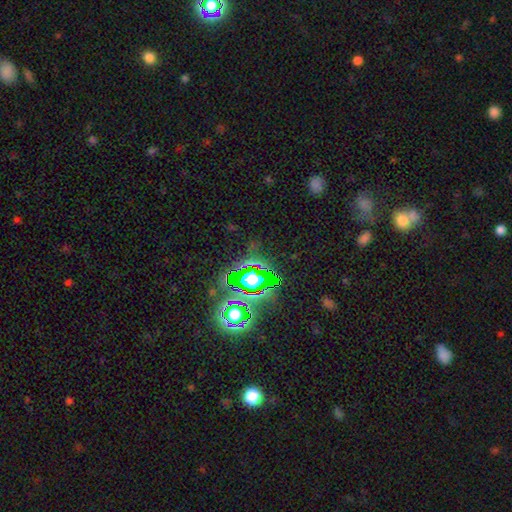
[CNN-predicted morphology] A star or artifact, not a galaxy (77%).

Vote fractions:
- Smooth or featured? star or artifact: 77% / smooth: 14% / featured or disk: 9%